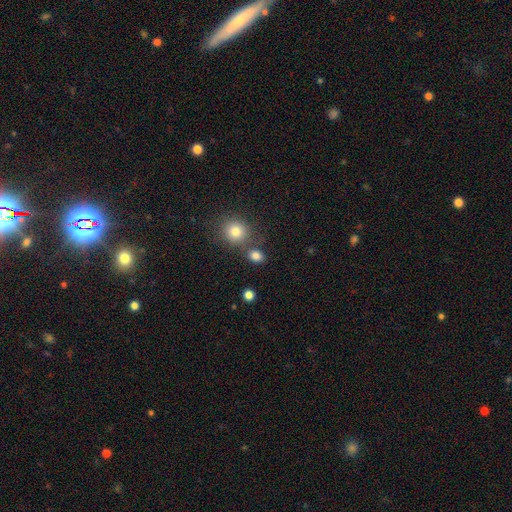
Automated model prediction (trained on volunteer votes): Smooth or featured: smooth — 83% (star or artifact — 12%)
How rounded: round — 51% (in between — 48%)
Merging: none — 71% (merger — 15%)